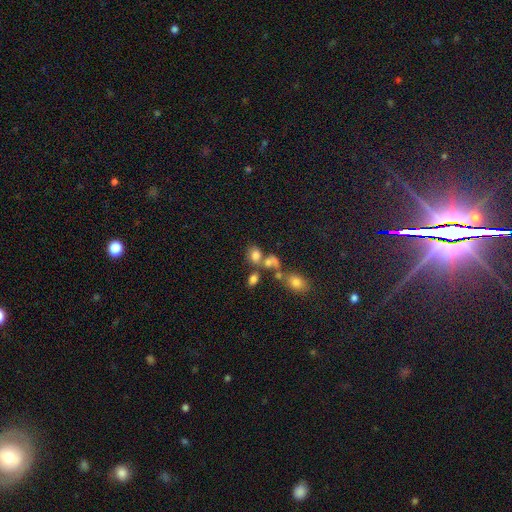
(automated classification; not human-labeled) The model was most divided on "merging": merger: 40%, none: 39%, minor disturbance: 12%, major disturbance: 9%. More confident: smooth or featured — smooth (72%); how rounded — in between (63%).